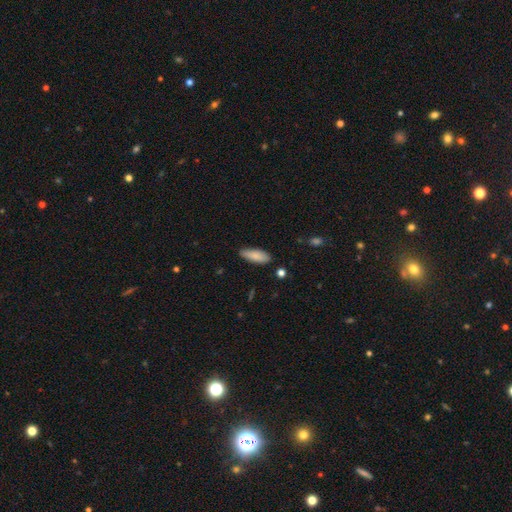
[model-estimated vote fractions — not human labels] Smooth or featured?
  - smooth: 85% *
  - featured or disk: 9%
  - star or artifact: 6%
How rounded?
  - in between: 69% *
  - cigar-shaped: 30%
  - round: 2%
Merging?
  - none: 82% *
  - minor disturbance: 14%
  - major disturbance: 2%
  - merger: 2%